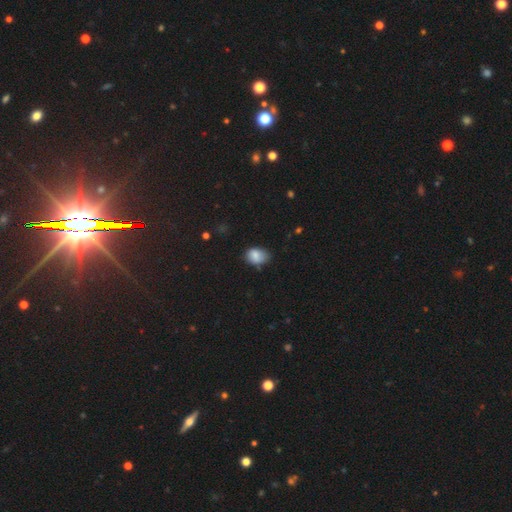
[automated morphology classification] A smooth galaxy with no disk features (82%) that is in between round and cigar-shaped (69%). Merging: none (55%).